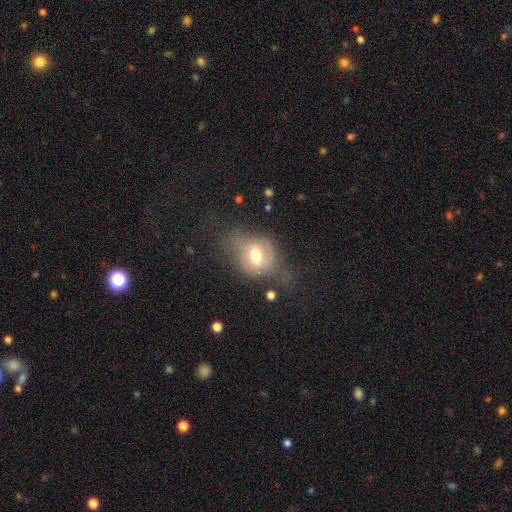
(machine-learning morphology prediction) Q: Smooth or featured?
A: smooth (57%); runner-up: featured or disk (33%)
Q: How rounded?
A: in between (62%); runner-up: round (36%)
Q: Merging?
A: none (37%); runner-up: major disturbance (31%)